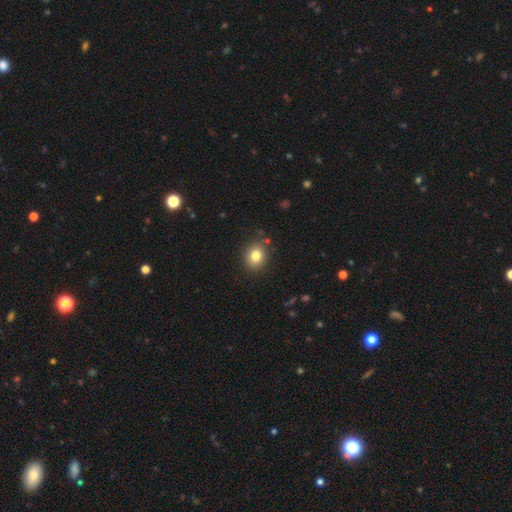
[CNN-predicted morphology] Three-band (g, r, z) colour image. It shows a smooth galaxy with no disk features (81%) that is round (65%). Merging: none (84%).